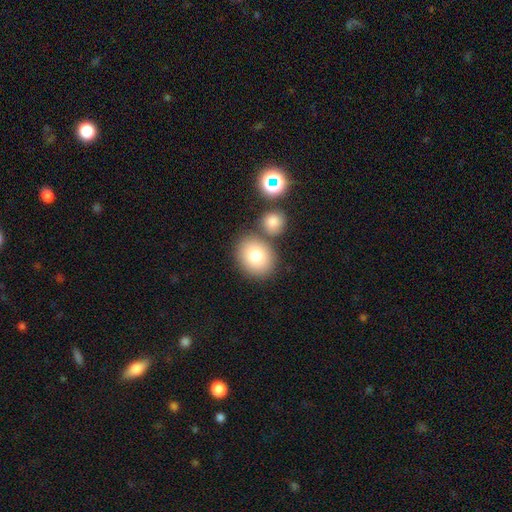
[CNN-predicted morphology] type=smooth (79%); roundness=round (62%); merging=none (72%).